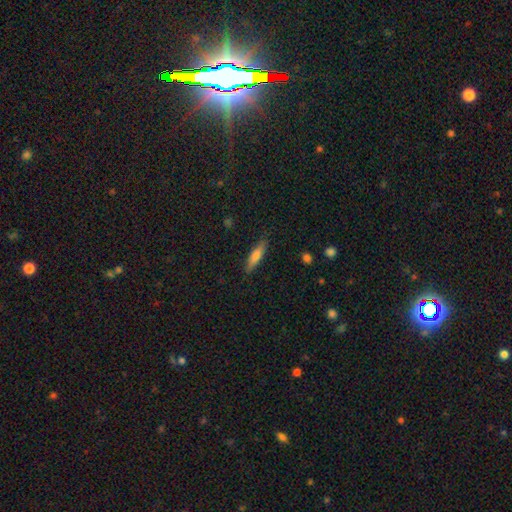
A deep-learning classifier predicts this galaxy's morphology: A smooth galaxy with no disk features (69%) that is cigar-shaped (79%).

Vote fractions:
- Smooth or featured? smooth: 69% / featured or disk: 25% / star or artifact: 7%
- How rounded? cigar-shaped: 79% / in between: 19% / round: 2%
- Merging? none: 86% / minor disturbance: 10% / major disturbance: 2% / merger: 1%